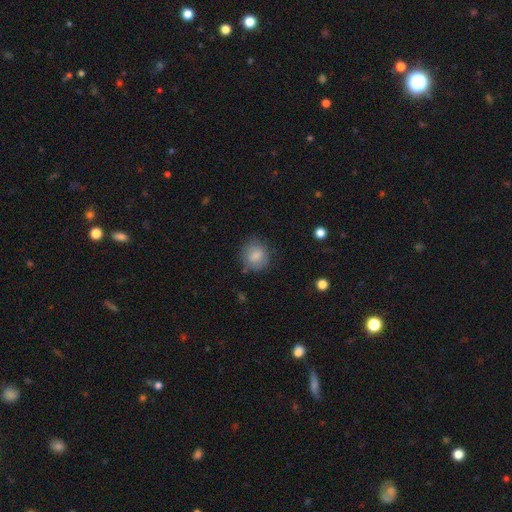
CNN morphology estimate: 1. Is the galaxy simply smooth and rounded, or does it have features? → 79% smooth, 12% featured or disk, 8% star or artifact.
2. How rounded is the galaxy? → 76% round, 23% in between, 1% cigar-shaped.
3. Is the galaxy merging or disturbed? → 74% none, 18% minor disturbance, 6% major disturbance, 2% merger.